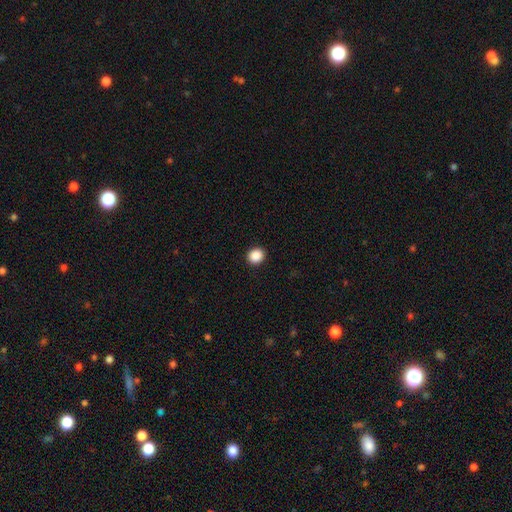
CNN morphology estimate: Overall: smooth (89%). How rounded: round (80%). Merging: none (92%).